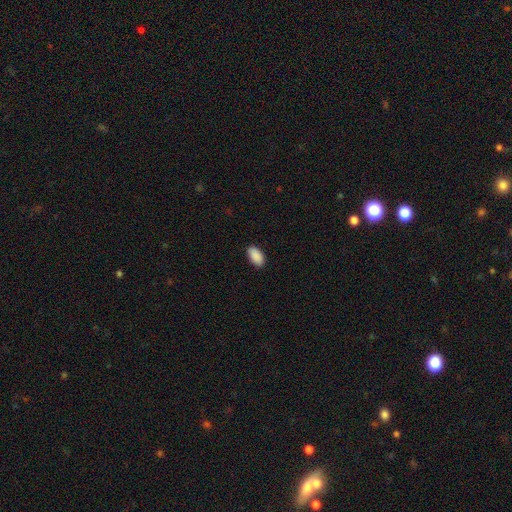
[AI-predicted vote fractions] Smooth or featured? Predicted: smooth (p=0.91). How rounded? Predicted: in between (p=0.95). Merging? Predicted: none (p=0.88).